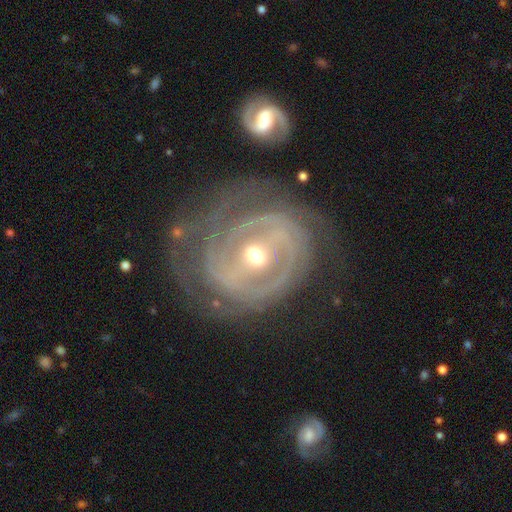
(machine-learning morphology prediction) smooth-or-featured: featured or disk: 88% | smooth: 6% | star or artifact: 5%
  disk-edge-on: no: 96% | yes: 4%
    bar: weak: 41% | strong: 36% | no: 23%
    has-spiral-arms: yes: 93% | no: 7%
      spiral-winding: tight: 72% | medium: 22% | loose: 6%
      spiral-arm-count: 2: 32% | can't tell: 29% | 3: 21% | 4: 8% | 1: 6% | more than 4: 5%
    bulge-size: moderate: 58% | small: 37% | large: 2% | none: 1% | dominant: 1%
  merging: none: 61% | minor disturbance: 19% | major disturbance: 13% | merger: 8%